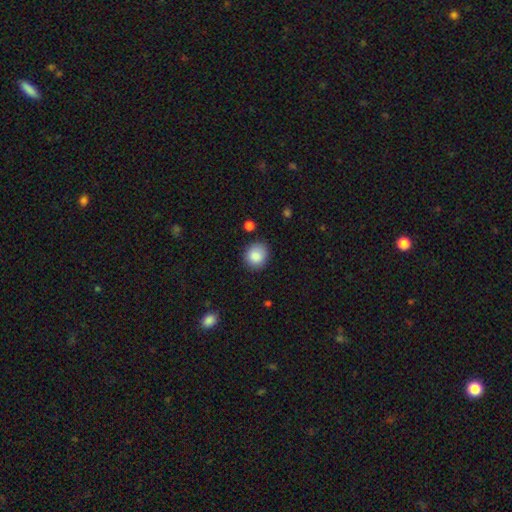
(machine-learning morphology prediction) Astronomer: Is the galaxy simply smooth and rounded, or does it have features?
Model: smooth — 87%.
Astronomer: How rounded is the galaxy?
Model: round — 83%.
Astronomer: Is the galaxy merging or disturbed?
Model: none — 84%.